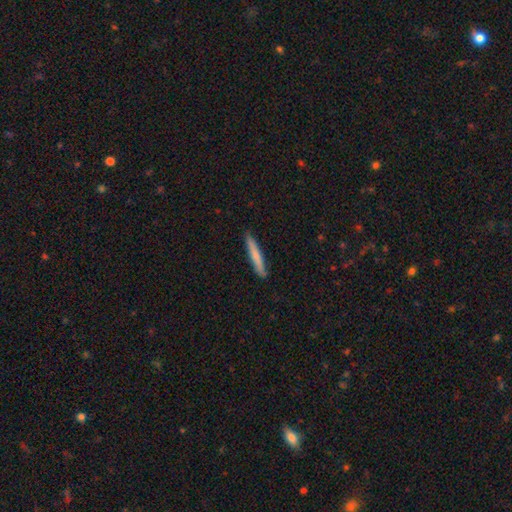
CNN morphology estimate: Smooth or featured: smooth — 73% (featured or disk — 22%)
How rounded: cigar-shaped — 95% (in between — 4%)
Merging: none — 87% (minor disturbance — 10%)